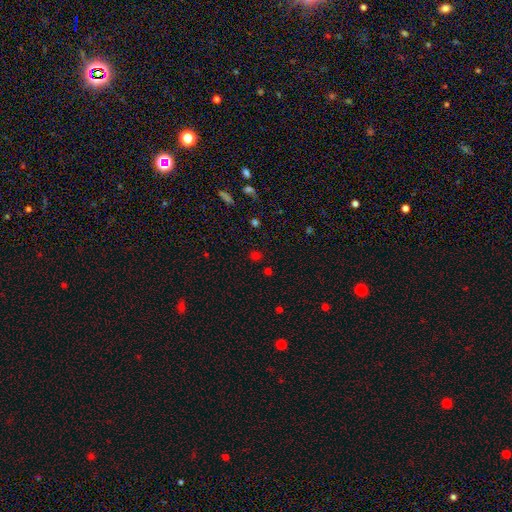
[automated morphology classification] Smooth or featured?
  - smooth: 57% *
  - star or artifact: 37%
  - featured or disk: 6%
How rounded?
  - round: 78% *
  - in between: 21%
  - cigar-shaped: 2%
Merging?
  - none: 82% *
  - minor disturbance: 10%
  - major disturbance: 4%
  - merger: 3%